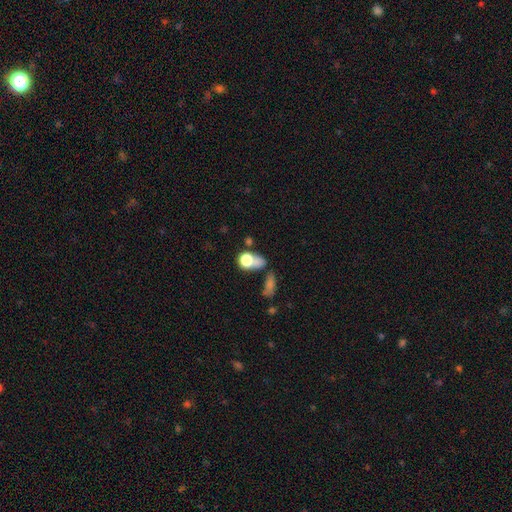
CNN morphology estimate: Overall: smooth (51%; star or artifact 26%). How rounded: in between (49%; round 42%). Merging: none (48%; merger 28%).